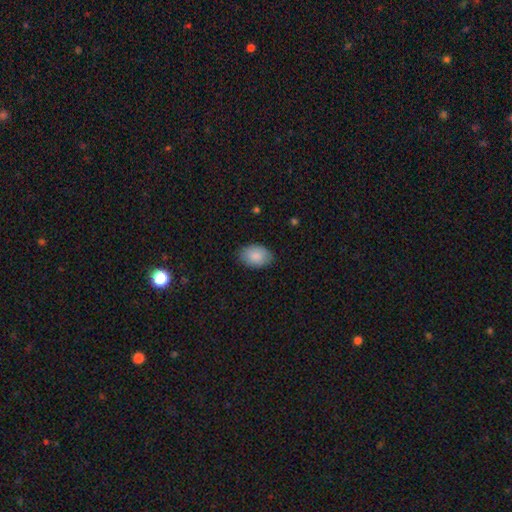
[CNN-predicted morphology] smooth_or_featured: smooth (p=0.88) [alt: star or artifact p=0.06]
how_rounded: in between (p=0.87) [alt: round p=0.12]
merging: none (p=0.83) [alt: minor disturbance p=0.13]